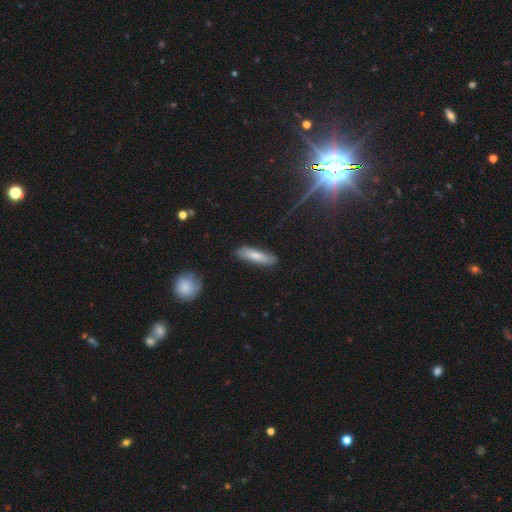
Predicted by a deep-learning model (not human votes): smooth-or-featured: smooth: 73% | featured or disk: 20% | star or artifact: 6%
  how-rounded: cigar-shaped: 72% | in between: 26% | round: 2%
  merging: none: 83% | minor disturbance: 13% | major disturbance: 3% | merger: 2%